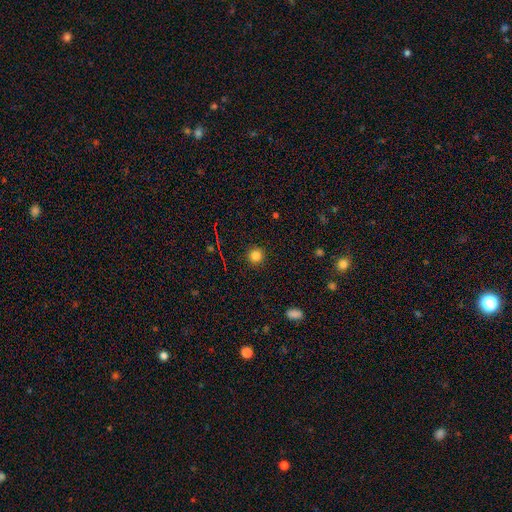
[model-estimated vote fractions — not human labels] Smooth or featured? Predicted: smooth (p=0.81). How rounded? Predicted: round (p=0.95). Merging? Predicted: none (p=0.91).